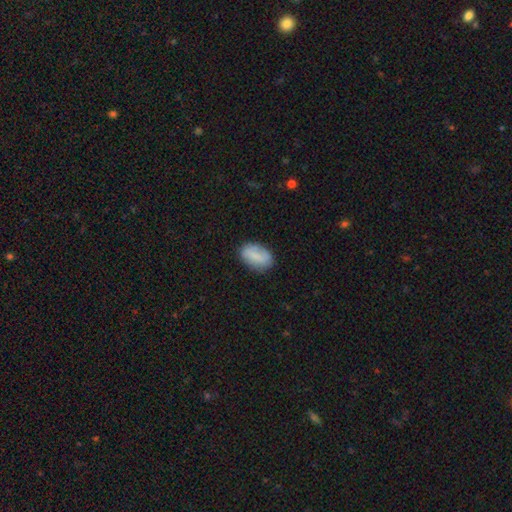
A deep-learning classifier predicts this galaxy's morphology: smooth 76%, featured or disk 16%, star or artifact 7%. Down the decision tree: how rounded — in between (90%); merging — none (77%).